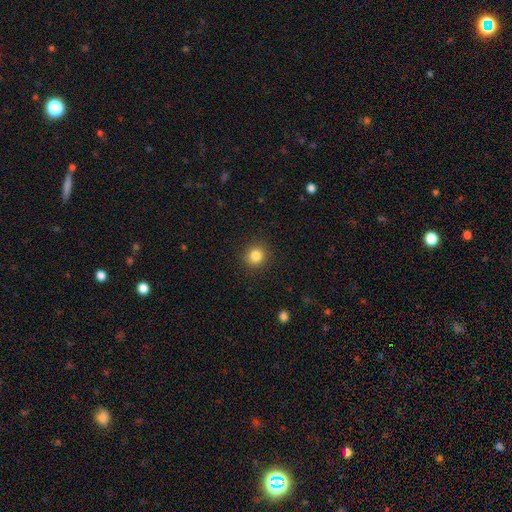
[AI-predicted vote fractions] Smooth or featured? Predicted: smooth (p=0.84). How rounded? Predicted: round (p=0.90). Merging? Predicted: none (p=0.90).